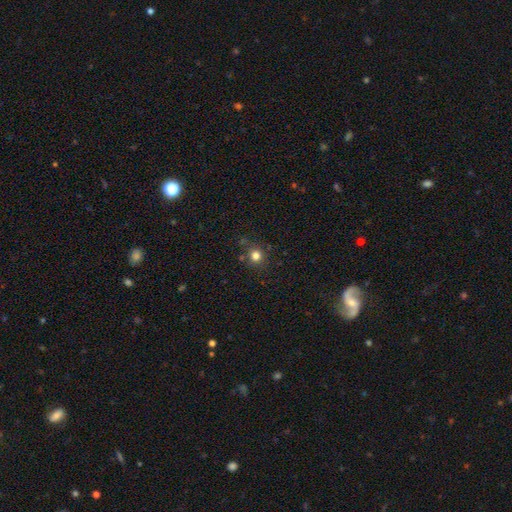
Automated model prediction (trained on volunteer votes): This appears to be a smooth galaxy with no disk features (79%) that is round (89%). Merging: none (78%).